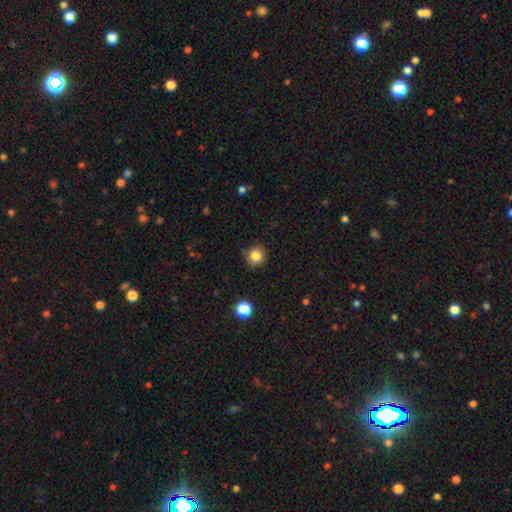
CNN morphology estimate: A smooth galaxy with no disk features (83%) that is round (86%). Merging: none (87%).